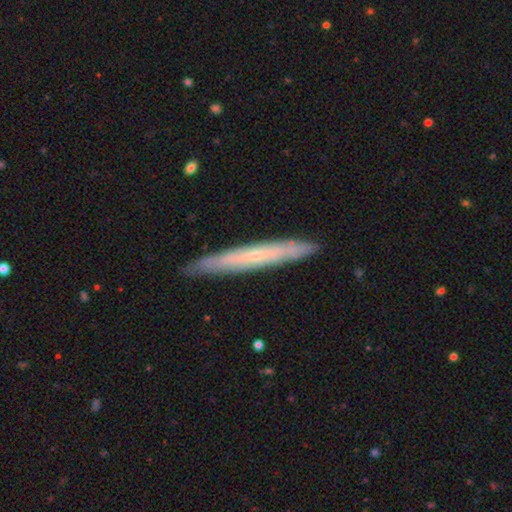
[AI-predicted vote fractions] smooth_or_featured: featured or disk (p=0.57) [alt: smooth p=0.37]
disk_edge_on: yes (p=0.87) [alt: no p=0.13]
merging: none (p=0.88) [alt: minor disturbance p=0.09]